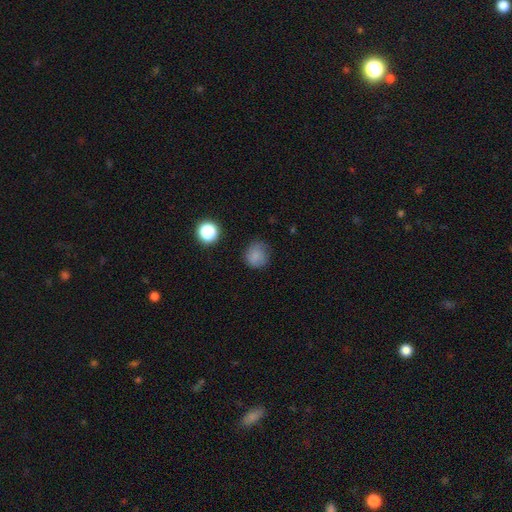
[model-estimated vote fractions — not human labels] The model was most divided on "merging": none: 70%, minor disturbance: 21%, major disturbance: 7%, merger: 2%. More confident: how rounded — round (85%); smooth or featured — smooth (79%).